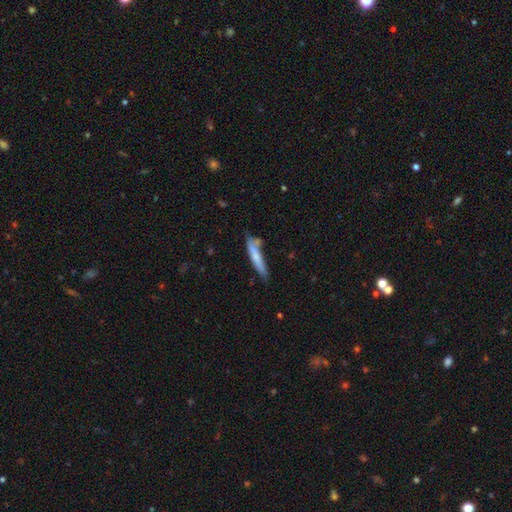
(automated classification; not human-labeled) Q: Smooth or featured?
A: smooth (68%); runner-up: featured or disk (26%)
Q: How rounded?
A: cigar-shaped (88%); runner-up: in between (10%)
Q: Merging?
A: none (59%); runner-up: minor disturbance (25%)